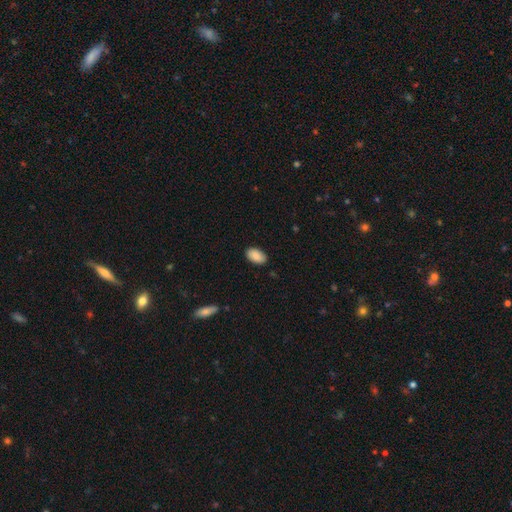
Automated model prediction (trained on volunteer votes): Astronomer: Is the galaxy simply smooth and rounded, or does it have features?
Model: smooth — 89%.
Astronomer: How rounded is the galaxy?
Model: in between — 94%.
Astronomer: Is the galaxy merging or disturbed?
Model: none — 87%.